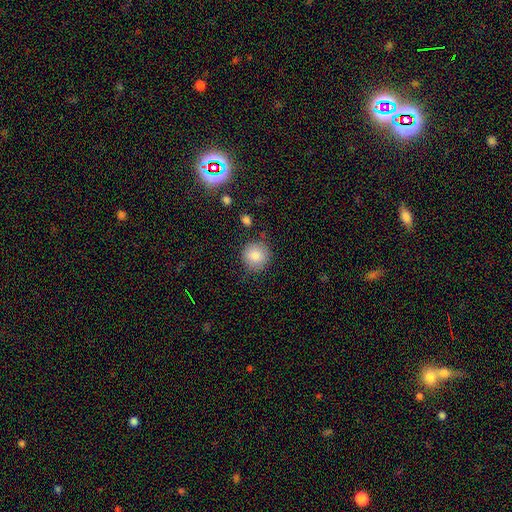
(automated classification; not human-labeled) smooth-or-featured: smooth: 83% | star or artifact: 9% | featured or disk: 7%
  how-rounded: round: 92% | in between: 7% | cigar-shaped: 1%
  merging: none: 83% | minor disturbance: 11% | major disturbance: 3% | merger: 3%